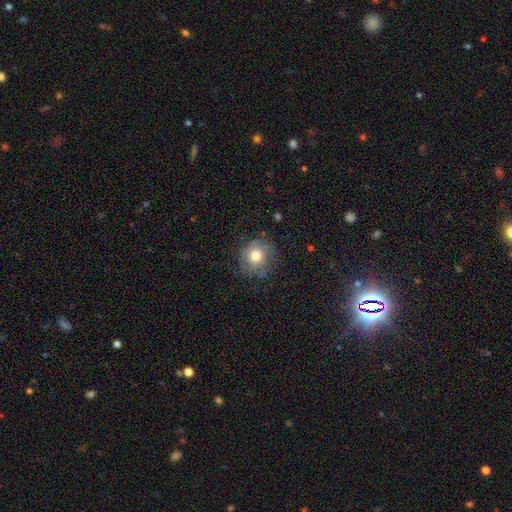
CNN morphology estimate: Smooth or featured: smooth — 56% (featured or disk — 33%)
How rounded: round — 87% (in between — 12%)
Merging: none — 70% (minor disturbance — 19%)